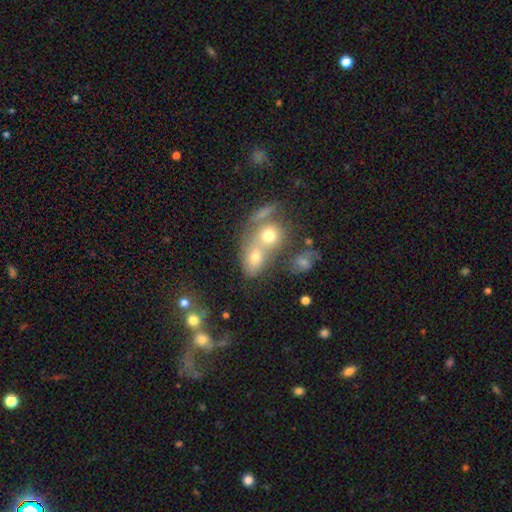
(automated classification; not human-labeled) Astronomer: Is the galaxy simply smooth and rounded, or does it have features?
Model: smooth — 40%, tied with featured or disk at 40%.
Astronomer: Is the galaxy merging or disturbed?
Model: merger — 67%.